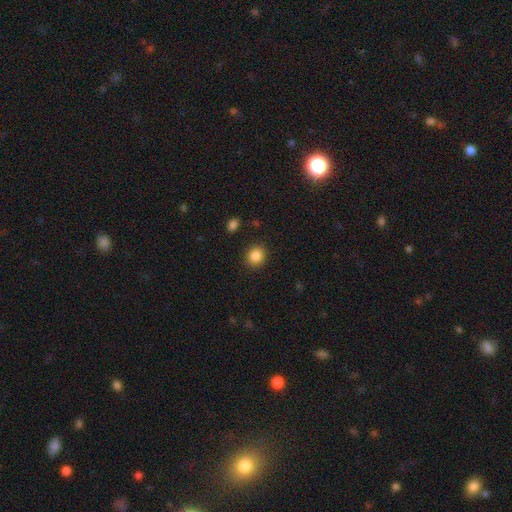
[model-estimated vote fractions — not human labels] Morphology: type=smooth (86%); roundness=round (75%); merging=none (88%).